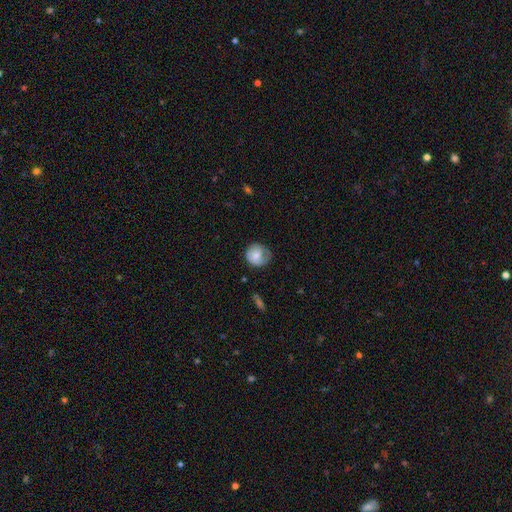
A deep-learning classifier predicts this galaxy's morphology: type=smooth (73%); roundness=round (84%); merging=none (61%).